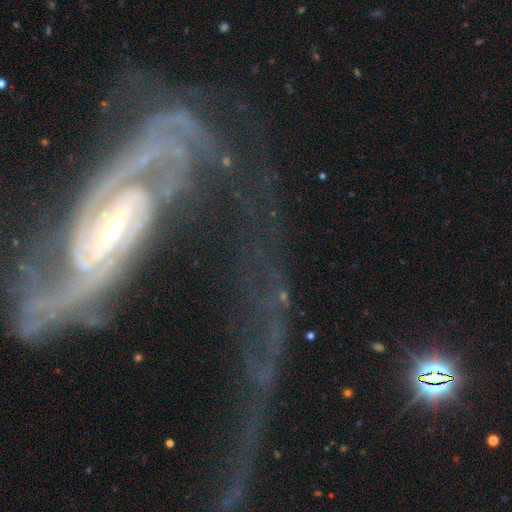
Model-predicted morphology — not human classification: Smooth or featured: featured or disk — 89% (star or artifact — 6%)
Edge-on disk: no — 93% (yes — 7%)
Bar: strong — 44% (weak — 35%)
Spiral arms: yes — 96% (no — 4%)
Spiral winding: medium — 40% (loose — 32%)
Spiral arm count: 2 — 64% (can't tell — 12%)
Bulge size: small — 58% (moderate — 35%)
Merging: major disturbance — 45% (none — 32%)